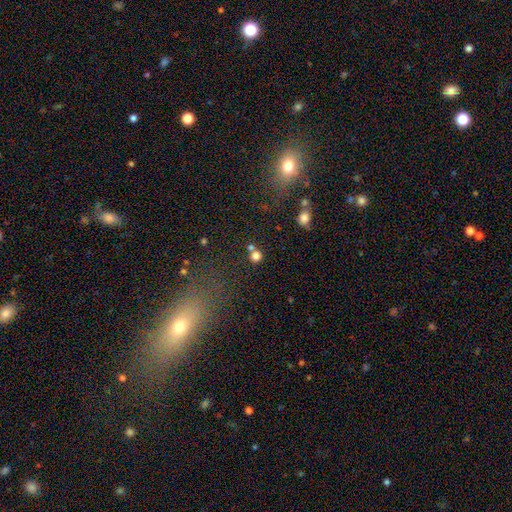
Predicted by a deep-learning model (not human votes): smooth 77%, star or artifact 17%, featured or disk 6%. Down the decision tree: how rounded — round (90%); merging — none (67%).